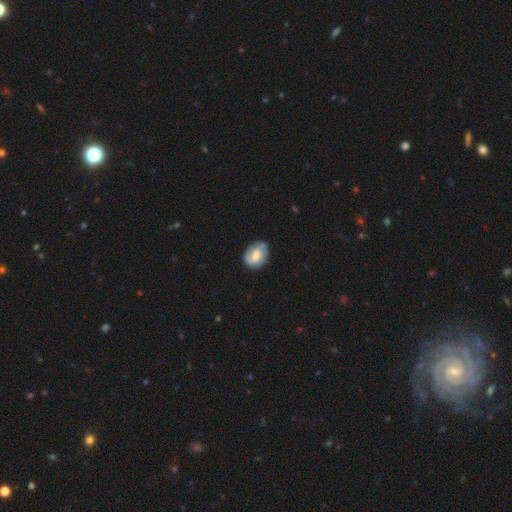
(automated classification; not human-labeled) This appears to be a smooth galaxy with no disk features (47%). Merging: none (70%).